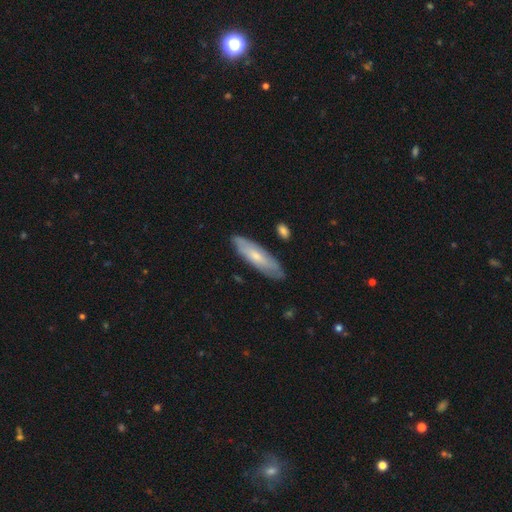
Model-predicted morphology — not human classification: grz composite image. It shows a smooth galaxy with no disk features (53%) that is cigar-shaped (59%). Merging: none (82%).